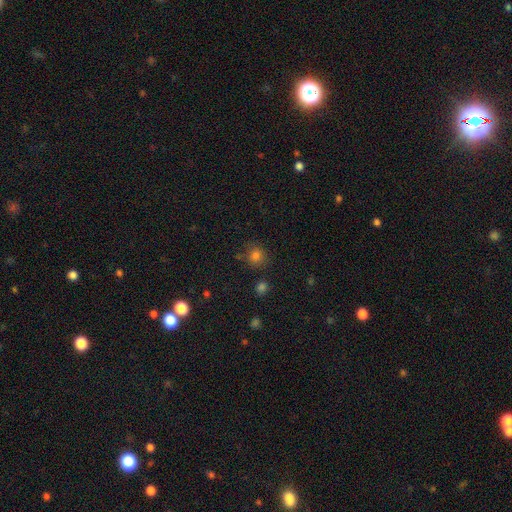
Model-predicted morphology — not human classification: Overall: smooth (79%). How rounded: round (87%). Merging: none (79%).